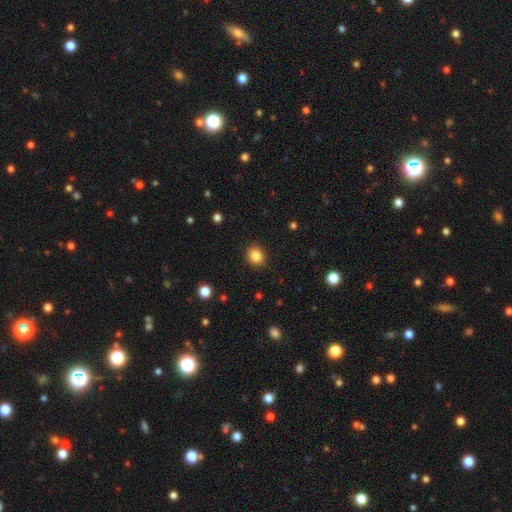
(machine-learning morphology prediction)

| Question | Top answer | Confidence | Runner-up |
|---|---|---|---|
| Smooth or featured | smooth | 85% | star or artifact (10%) |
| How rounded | round | 70% | in between (29%) |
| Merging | none | 90% | minor disturbance (7%) |